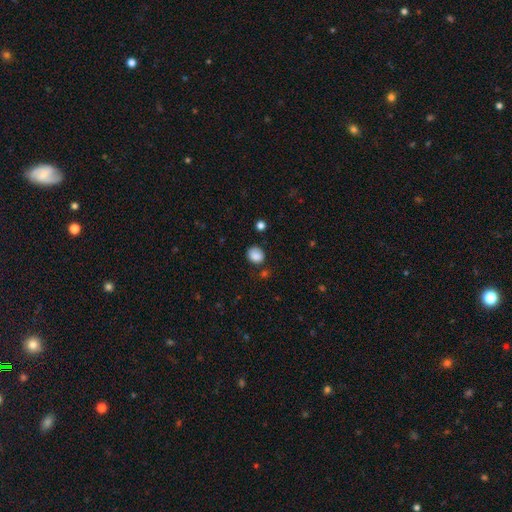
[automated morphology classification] smooth 86%, star or artifact 10%, featured or disk 4%. Down the decision tree: how rounded — round (63%); merging — none (74%).